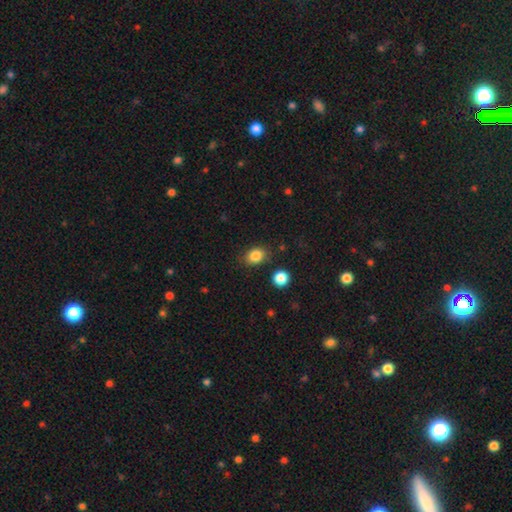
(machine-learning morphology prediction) This is clearly a smooth galaxy (85%). How rounded: likely in between (63%). Merging: clearly none (81%).